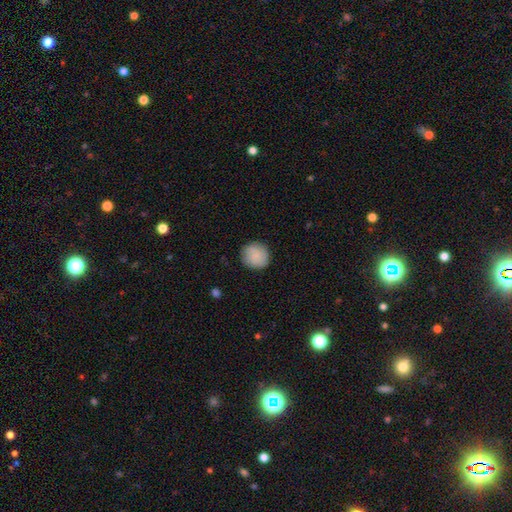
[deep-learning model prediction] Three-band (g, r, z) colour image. It shows a smooth galaxy with no disk features (81%) that is round (90%). Merging: none (86%).